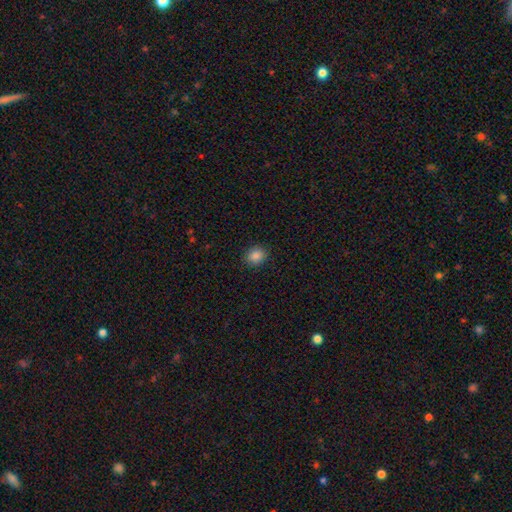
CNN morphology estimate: A smooth galaxy with no disk features (86%) that is round (62%). Merging: none (89%).